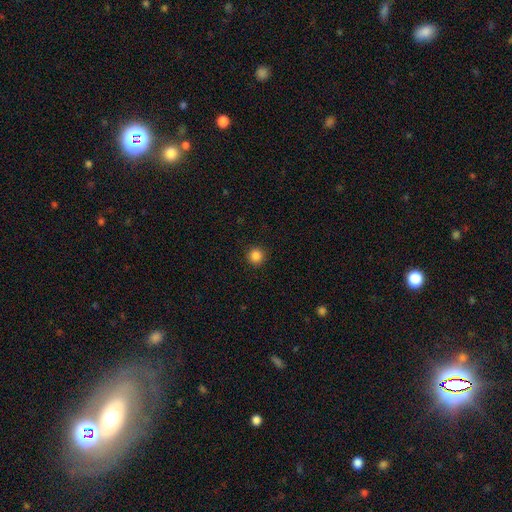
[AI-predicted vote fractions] A smooth galaxy with no disk features (86%) that is round (95%). Merging: none (92%).